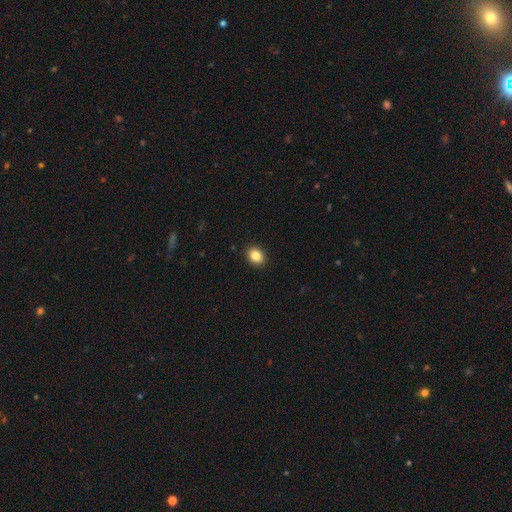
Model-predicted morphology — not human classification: Smooth or featured? Predicted: smooth (p=0.85). How rounded? Predicted: in between (p=0.55). Merging? Predicted: none (p=0.91).